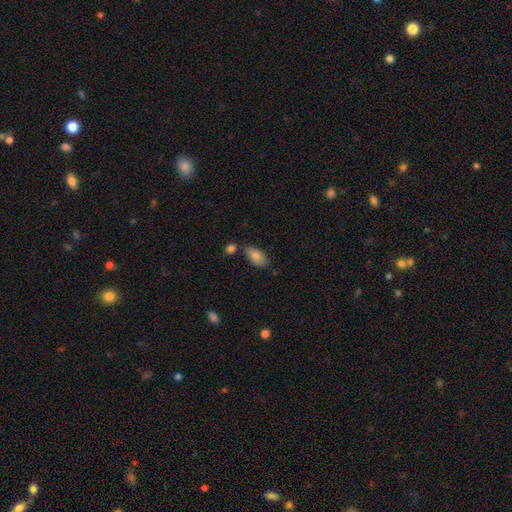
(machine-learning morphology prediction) This appears to be a smooth galaxy with no disk features (81%) that is in between round and cigar-shaped (91%). Merging: none (72%).